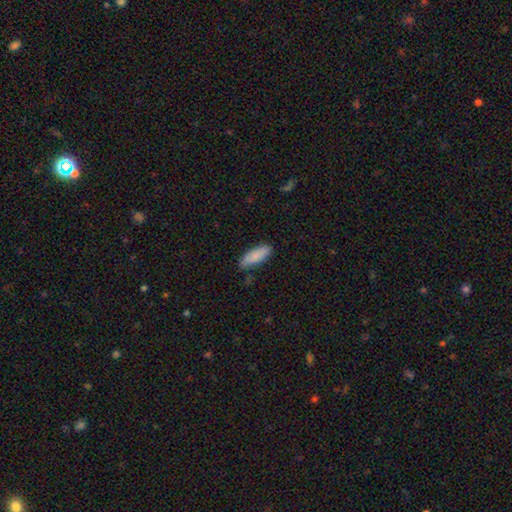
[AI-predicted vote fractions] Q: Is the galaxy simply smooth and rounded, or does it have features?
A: smooth — 85%.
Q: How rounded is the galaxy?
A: in between — 66%.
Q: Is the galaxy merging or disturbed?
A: none — 77%.